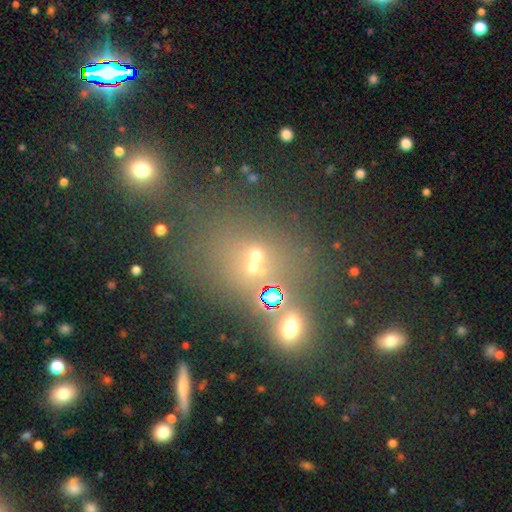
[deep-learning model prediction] Smooth or featured? smooth (46%)
Merging? none (48%)